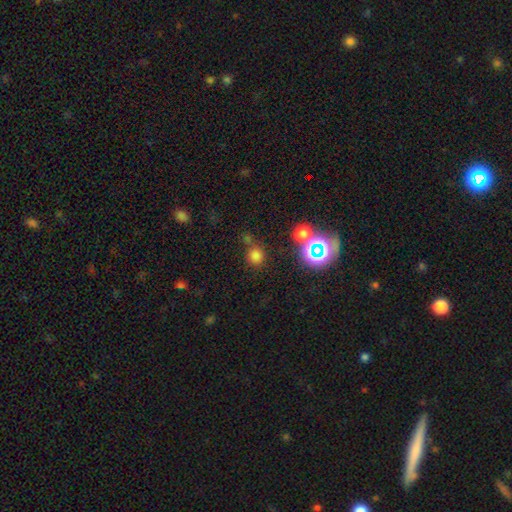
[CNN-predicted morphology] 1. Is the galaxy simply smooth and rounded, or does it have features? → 70% smooth, 24% star or artifact, 6% featured or disk.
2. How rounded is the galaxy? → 89% round, 10% in between, 1% cigar-shaped.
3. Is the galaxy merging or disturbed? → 70% none, 13% merger, 11% minor disturbance, 6% major disturbance.